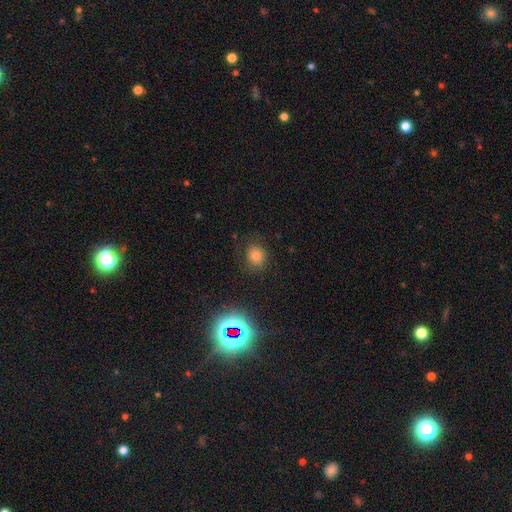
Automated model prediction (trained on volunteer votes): Smooth or featured? smooth (71%)
How rounded? round (74%)
Merging? none (79%)